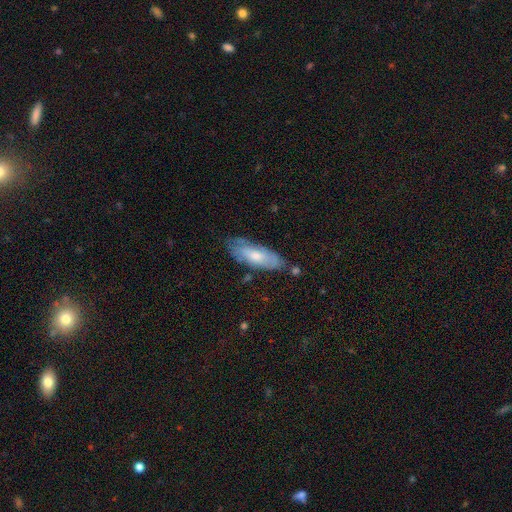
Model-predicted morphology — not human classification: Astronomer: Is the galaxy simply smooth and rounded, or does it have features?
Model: smooth — 48% (runner-up: featured or disk, 45%).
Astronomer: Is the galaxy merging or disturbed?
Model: none — 68%.